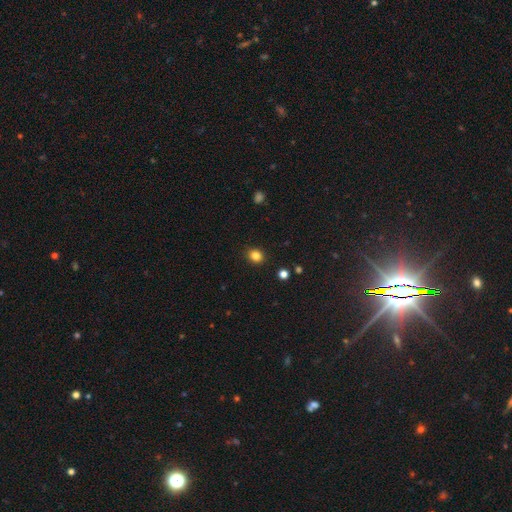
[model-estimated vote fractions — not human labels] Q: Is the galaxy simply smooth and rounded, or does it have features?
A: smooth — 83%.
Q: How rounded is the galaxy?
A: round — 76%.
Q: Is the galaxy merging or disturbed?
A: none — 90%.